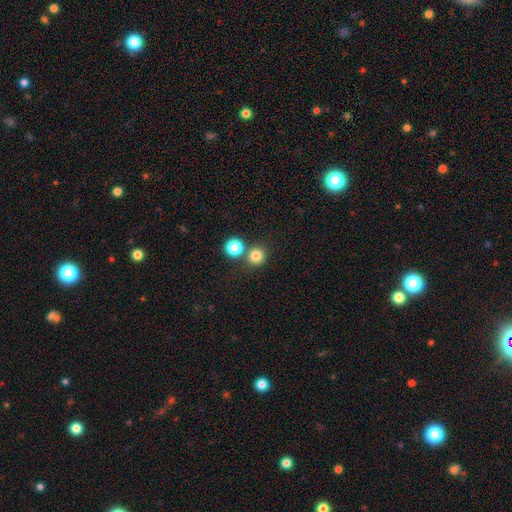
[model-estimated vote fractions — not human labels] This is clearly a smooth galaxy (80%). How rounded: clearly round (92%). Merging: likely none (68%).